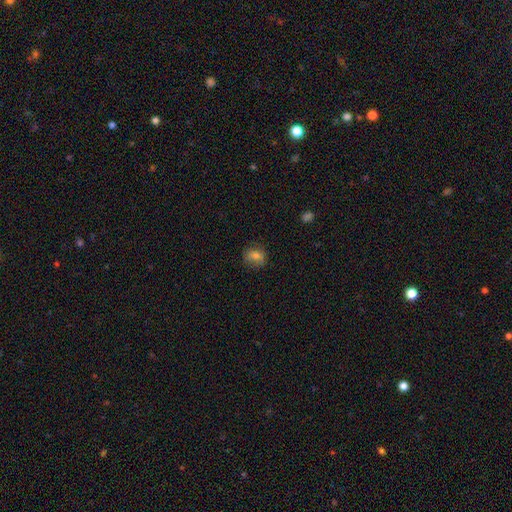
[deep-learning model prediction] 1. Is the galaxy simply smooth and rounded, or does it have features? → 75% smooth, 14% featured or disk, 11% star or artifact.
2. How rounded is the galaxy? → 64% round, 34% in between, 1% cigar-shaped.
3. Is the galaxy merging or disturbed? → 76% none, 18% minor disturbance, 5% major disturbance, 1% merger.